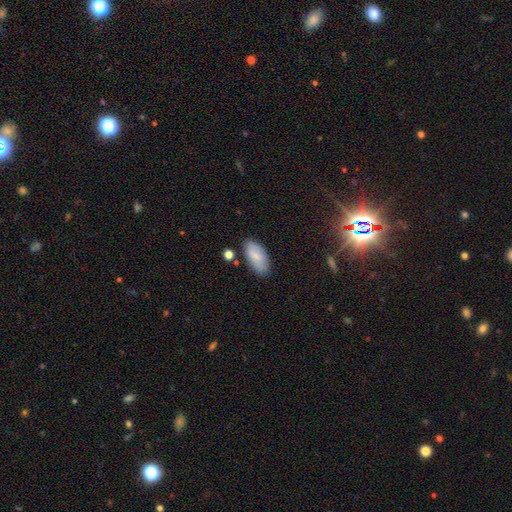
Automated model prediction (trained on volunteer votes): This appears to be a smooth galaxy with no disk features (82%) that is in between round and cigar-shaped (92%). Merging: none (79%).